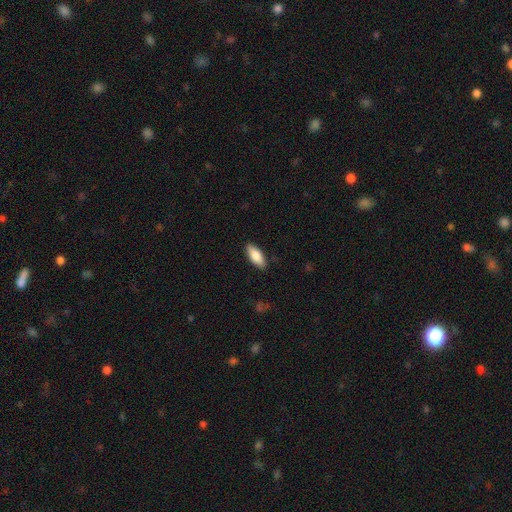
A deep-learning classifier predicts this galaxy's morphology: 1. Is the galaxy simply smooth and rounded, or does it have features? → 83% smooth, 11% featured or disk, 6% star or artifact.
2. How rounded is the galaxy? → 78% in between, 20% cigar-shaped, 2% round.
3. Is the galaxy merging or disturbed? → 88% none, 9% minor disturbance, 2% major disturbance, 1% merger.